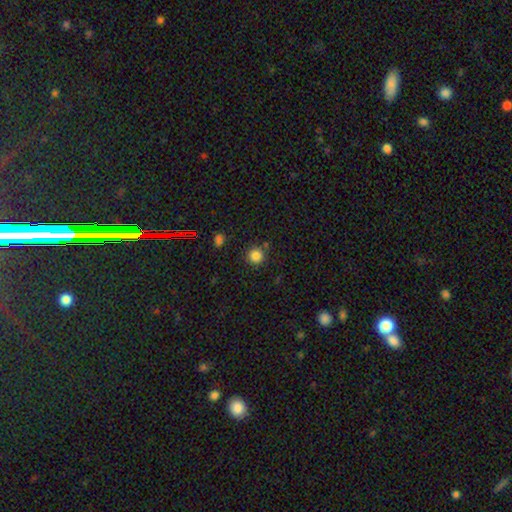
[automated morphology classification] This is clearly a smooth galaxy (83%). How rounded: clearly round (94%). Merging: clearly none (85%).